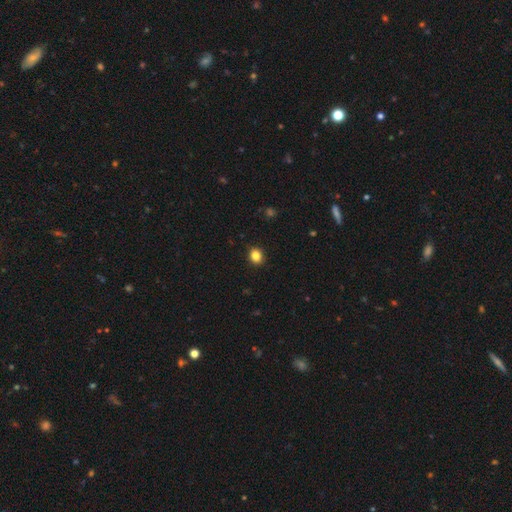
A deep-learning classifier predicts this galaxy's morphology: smooth-or-featured: smooth: 85% | star or artifact: 11% | featured or disk: 5%
  how-rounded: round: 69% | in between: 30% | cigar-shaped: 1%
  merging: none: 91% | minor disturbance: 6% | major disturbance: 2% | merger: 1%